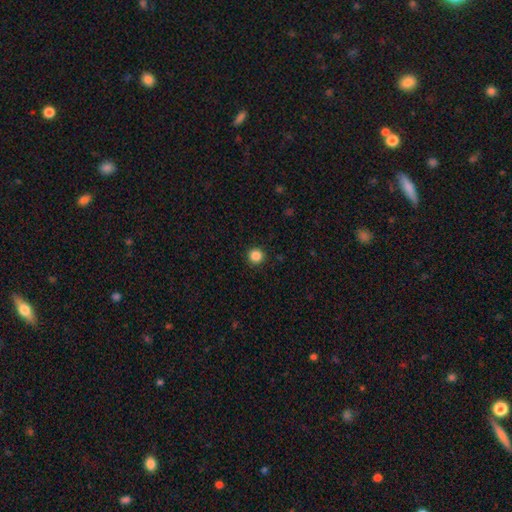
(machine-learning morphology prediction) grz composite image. It shows a smooth galaxy with no disk features (86%) that is round (96%). Merging: none (93%).